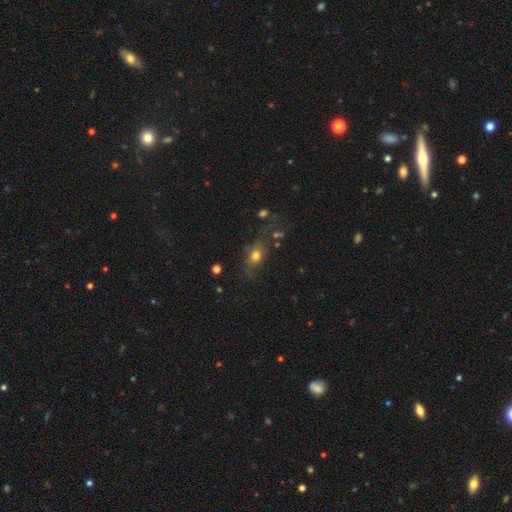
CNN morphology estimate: A smooth galaxy with no disk features (68%) that is in between round and cigar-shaped (62%).

Vote fractions:
- Smooth or featured? smooth: 68% / featured or disk: 18% / star or artifact: 14%
- How rounded? in between: 62% / round: 27% / cigar-shaped: 12%
- Merging? none: 59% / minor disturbance: 19% / major disturbance: 15% / merger: 7%